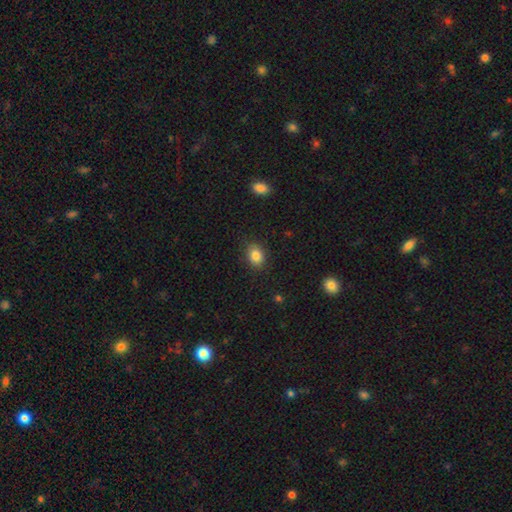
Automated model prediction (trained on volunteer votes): Smooth or featured? smooth (84%)
How rounded? in between (62%)
Merging? none (86%)